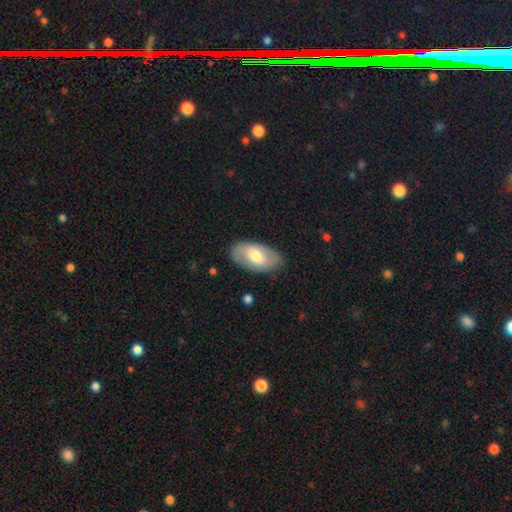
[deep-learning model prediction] Morphology: type=smooth (55%); roundness=in between (94%); merging=none (82%).